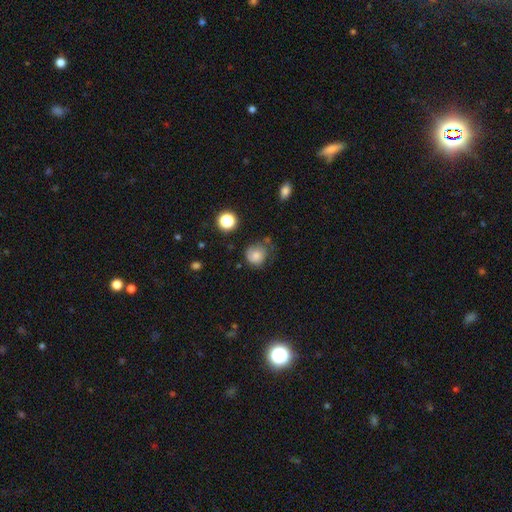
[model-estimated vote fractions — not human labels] The model was most divided on "merging": none: 50%, minor disturbance: 31%, major disturbance: 14%, merger: 4%. More confident: how rounded — round (80%); smooth or featured — smooth (72%).